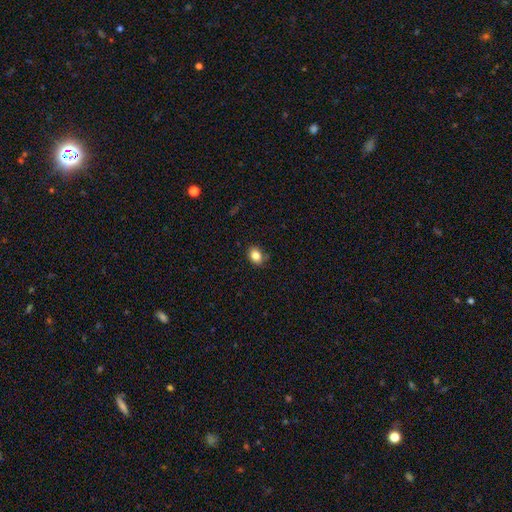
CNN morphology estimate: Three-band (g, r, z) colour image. It shows a smooth galaxy with no disk features (84%) that is in between round and cigar-shaped (59%). Merging: none (81%).